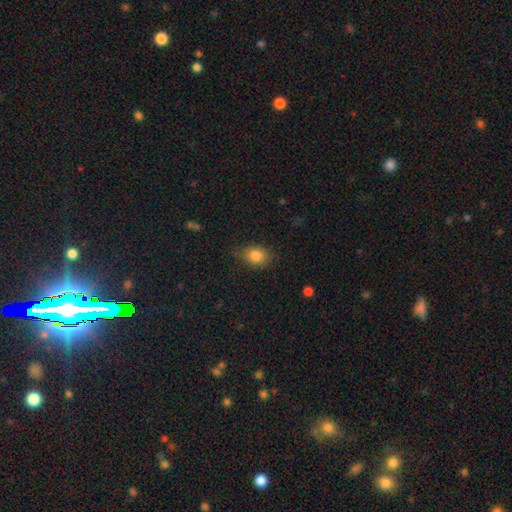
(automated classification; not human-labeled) Q: Smooth or featured?
A: smooth (83%); runner-up: star or artifact (10%)
Q: How rounded?
A: in between (63%); runner-up: round (36%)
Q: Merging?
A: none (78%); runner-up: minor disturbance (17%)